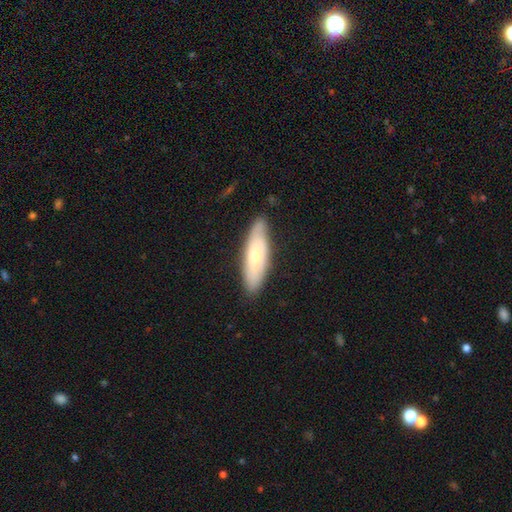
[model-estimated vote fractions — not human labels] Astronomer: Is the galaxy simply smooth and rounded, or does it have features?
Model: smooth — 54% (runner-up: featured or disk, 40%).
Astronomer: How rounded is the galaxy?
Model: cigar-shaped — 55% (runner-up: in between, 43%).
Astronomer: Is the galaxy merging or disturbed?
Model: none — 81%.